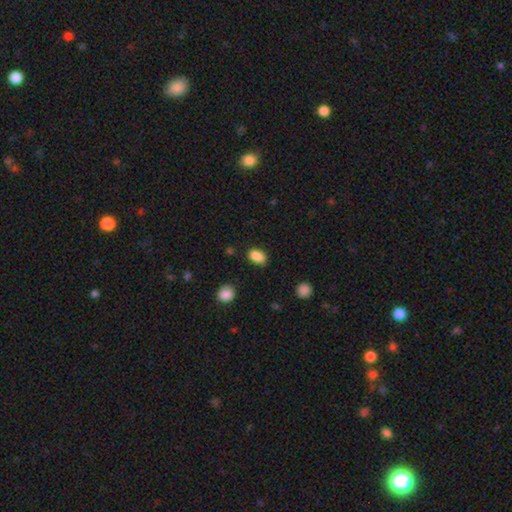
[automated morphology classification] type=smooth (88%); roundness=in between (88%); merging=none (81%).